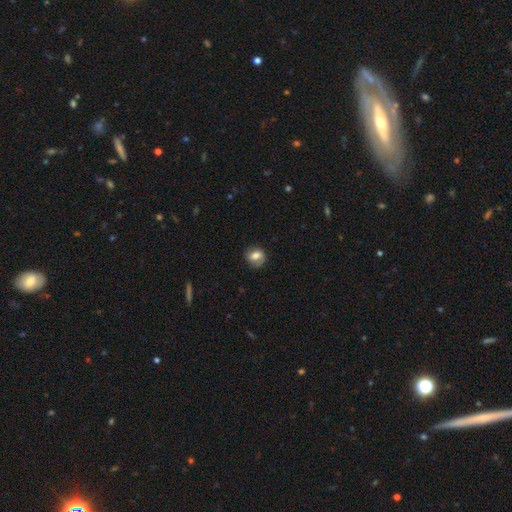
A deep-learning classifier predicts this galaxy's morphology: smooth_or_featured: smooth (p=0.64) [alt: featured or disk p=0.27]
how_rounded: round (p=0.66) [alt: in between p=0.33]
merging: none (p=0.76) [alt: minor disturbance p=0.17]